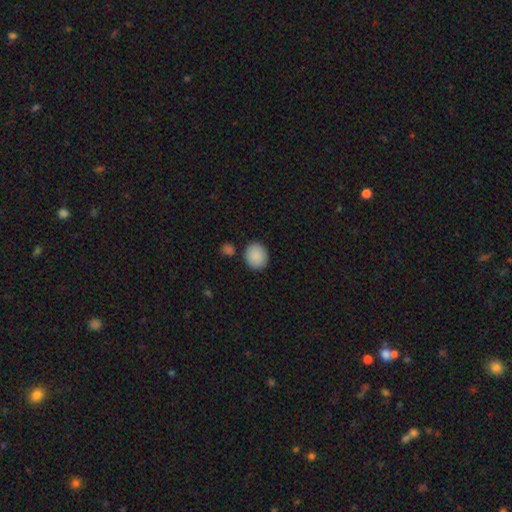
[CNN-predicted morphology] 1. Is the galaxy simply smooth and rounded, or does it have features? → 90% smooth, 7% star or artifact, 3% featured or disk.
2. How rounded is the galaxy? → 70% round, 29% in between, 1% cigar-shaped.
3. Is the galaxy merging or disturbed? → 85% none, 9% minor disturbance, 4% merger, 2% major disturbance.